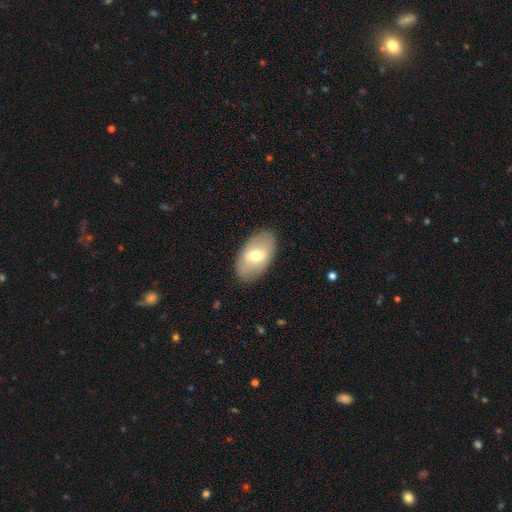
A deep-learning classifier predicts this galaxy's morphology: Smooth or featured? smooth (56%)
How rounded? in between (93%)
Merging? none (85%)